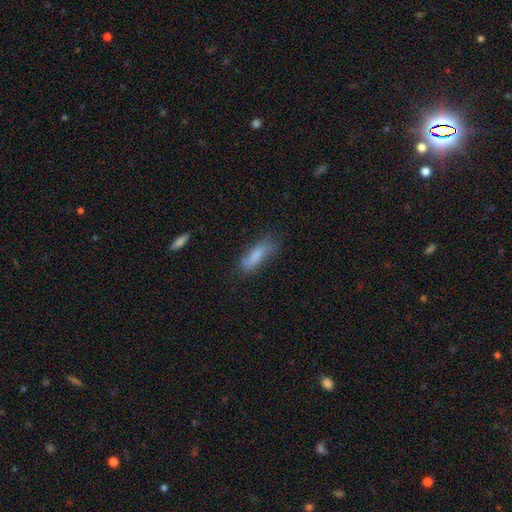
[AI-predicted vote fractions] smooth_or_featured: smooth (p=0.75) [alt: featured or disk p=0.17]
how_rounded: in between (p=0.51) [alt: cigar-shaped p=0.47]
merging: none (p=0.56) [alt: minor disturbance p=0.29]